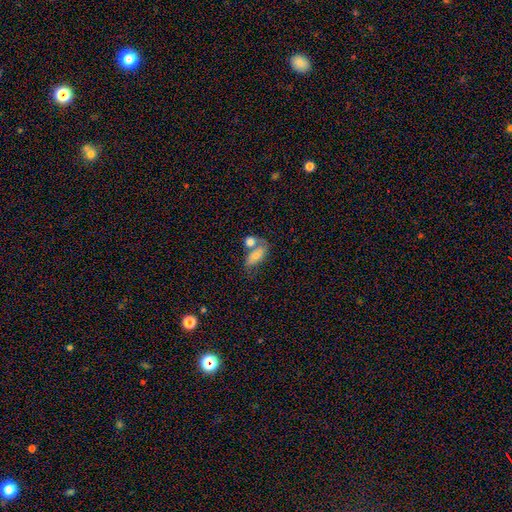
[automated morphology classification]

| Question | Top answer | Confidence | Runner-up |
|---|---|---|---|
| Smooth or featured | smooth | 71% | featured or disk (21%) |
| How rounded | in between | 85% | cigar-shaped (8%) |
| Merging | merger | 46% | none (28%) |